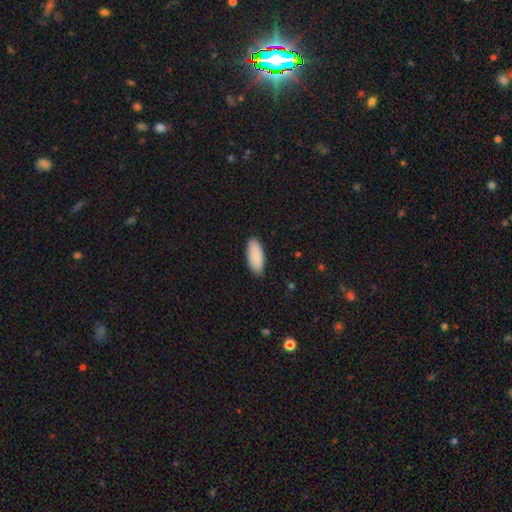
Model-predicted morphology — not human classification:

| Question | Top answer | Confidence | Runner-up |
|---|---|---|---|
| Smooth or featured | smooth | 89% | star or artifact (6%) |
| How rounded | in between | 87% | cigar-shaped (12%) |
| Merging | none | 86% | minor disturbance (11%) |